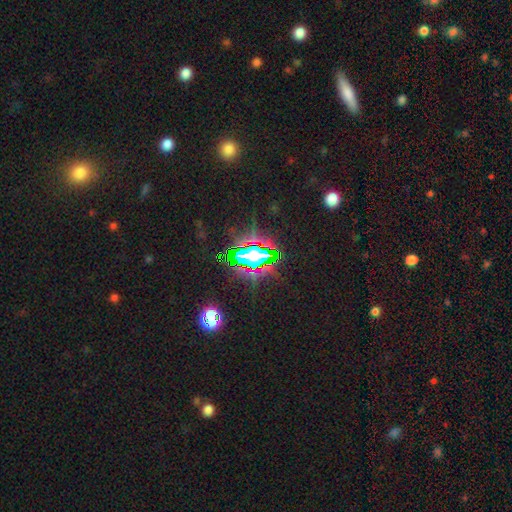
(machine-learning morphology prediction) This appears to be a star or artifact, not a galaxy (73%).